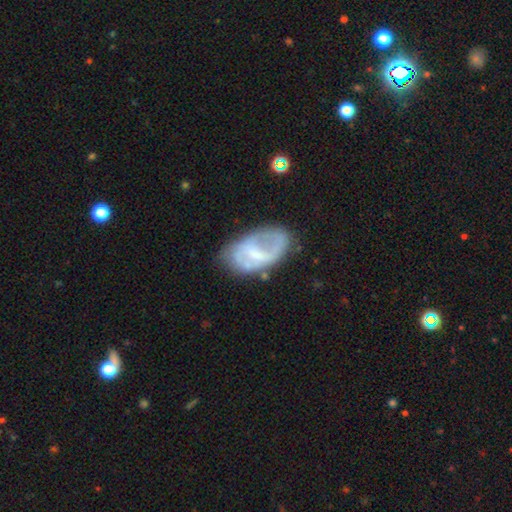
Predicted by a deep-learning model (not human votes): smooth_or_featured: featured or disk (p=0.57) [alt: smooth p=0.35]
disk_edge_on: no (p=0.96) [alt: yes p=0.04]
bar: weak (p=0.43) [alt: no p=0.37]
has_spiral_arms: yes (p=0.50) [tied with: no p=0.50]
bulge_size: none (p=0.34) [alt: small p=0.31]
merging: none (p=0.47) [alt: minor disturbance p=0.26]